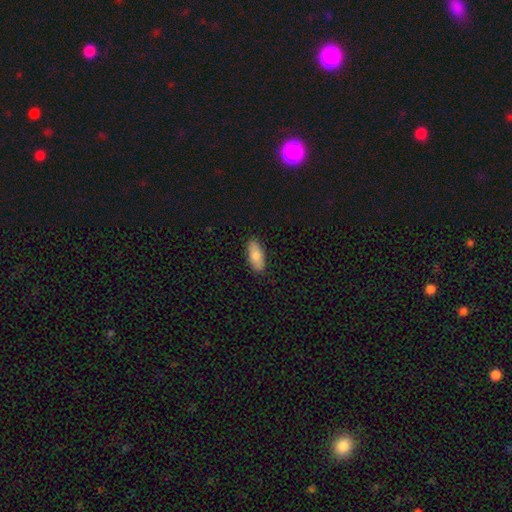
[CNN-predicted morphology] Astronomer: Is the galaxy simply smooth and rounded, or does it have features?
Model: smooth — 84%.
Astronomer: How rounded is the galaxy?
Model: in between — 85%.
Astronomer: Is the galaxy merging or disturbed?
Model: none — 87%.